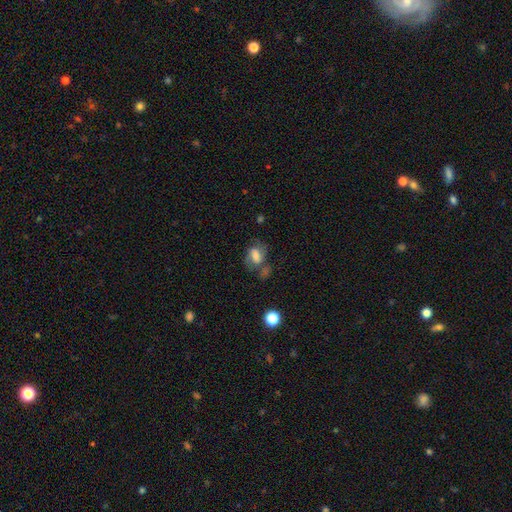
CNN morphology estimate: This is possibly a smooth galaxy (56%). How rounded: likely in between (75%). Merging: possibly none (45%).